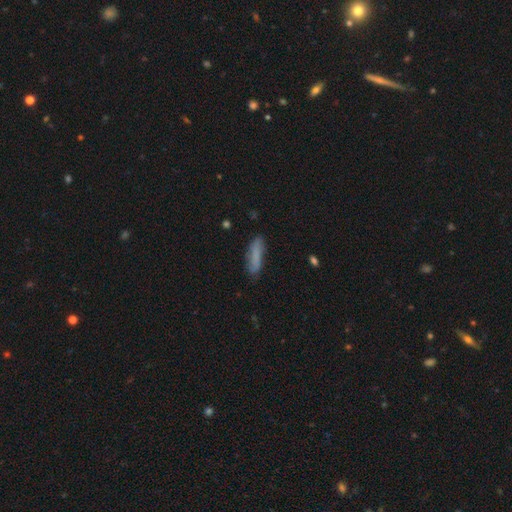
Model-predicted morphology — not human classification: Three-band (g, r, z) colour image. It shows a smooth galaxy with no disk features (75%) that is cigar-shaped (71%). Merging: none (75%).